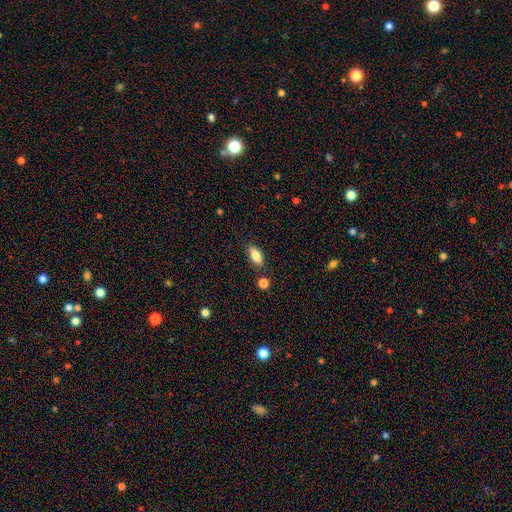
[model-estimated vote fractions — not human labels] This is clearly a smooth galaxy (83%). How rounded: clearly in between (84%). Merging: clearly none (81%).